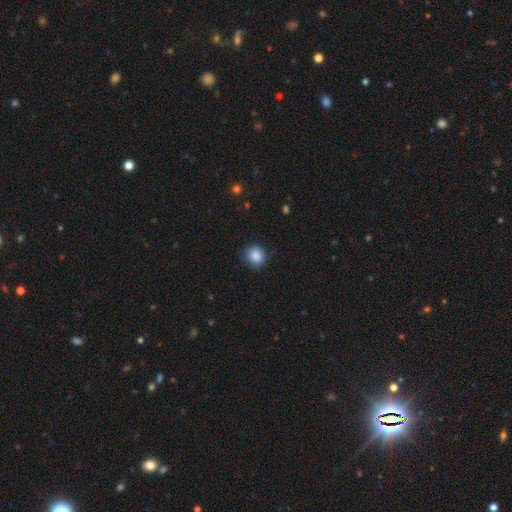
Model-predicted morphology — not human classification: Smooth or featured: smooth — 87% (star or artifact — 9%)
How rounded: round — 88% (in between — 11%)
Merging: none — 88% (minor disturbance — 9%)